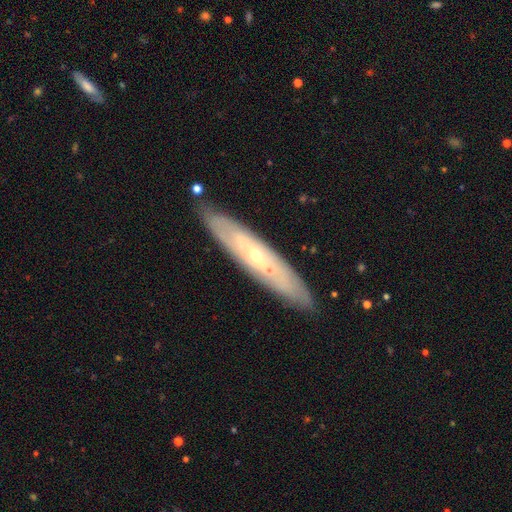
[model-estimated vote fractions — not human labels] Morphology: type=featured or disk (72%); edge-on=no (54%); merging=none (86%).